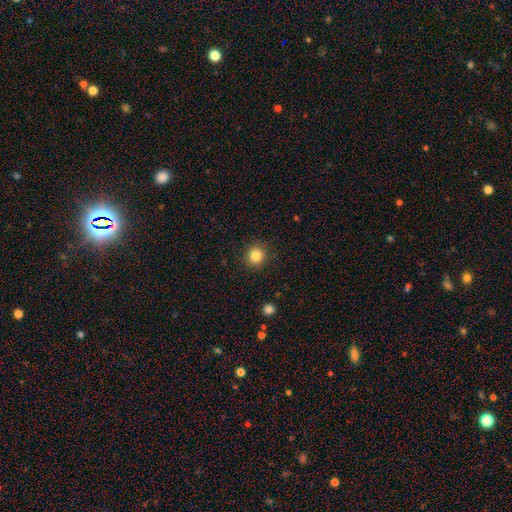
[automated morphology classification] A smooth galaxy with no disk features (84%) that is round (89%).

Vote fractions:
- Smooth or featured? smooth: 84% / star or artifact: 11% / featured or disk: 5%
- How rounded? round: 89% / in between: 10% / cigar-shaped: 1%
- Merging? none: 90% / minor disturbance: 7% / major disturbance: 2% / merger: 1%